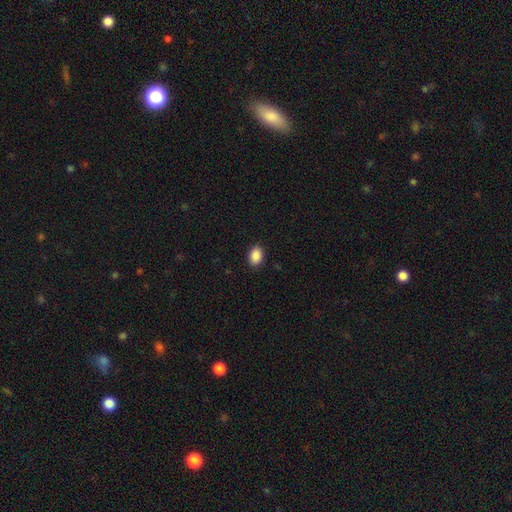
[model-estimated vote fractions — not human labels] smooth_or_featured: smooth (p=0.90) [alt: star or artifact p=0.07]
how_rounded: in between (p=0.82) [alt: round p=0.17]
merging: none (p=0.89) [alt: minor disturbance p=0.08]